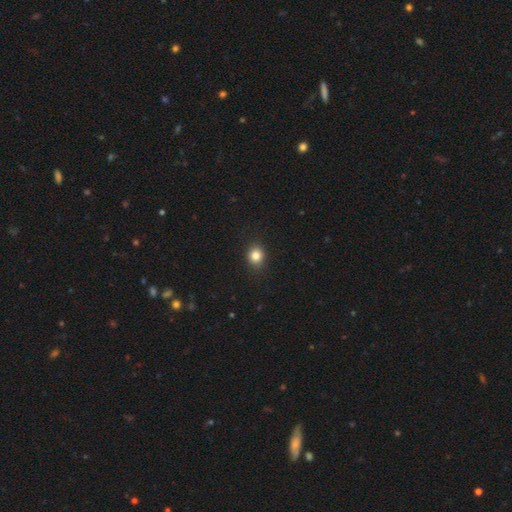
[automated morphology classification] smooth 83%, star or artifact 11%, featured or disk 5%. Down the decision tree: how rounded — round (71%); merging — none (88%).